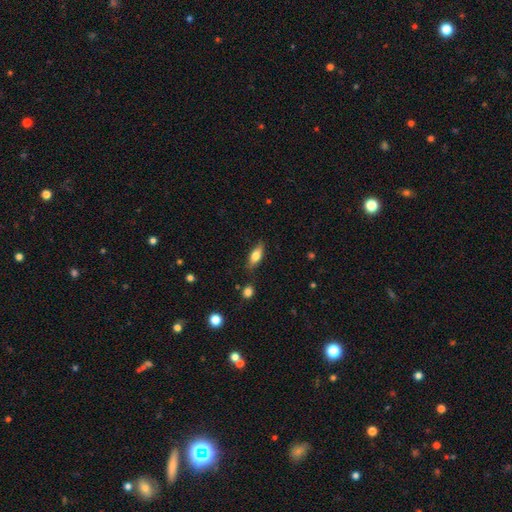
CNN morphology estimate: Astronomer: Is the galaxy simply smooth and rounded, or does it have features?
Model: smooth — 71%.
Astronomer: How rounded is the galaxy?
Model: in between — 72%.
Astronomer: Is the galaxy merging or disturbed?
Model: none — 78%.